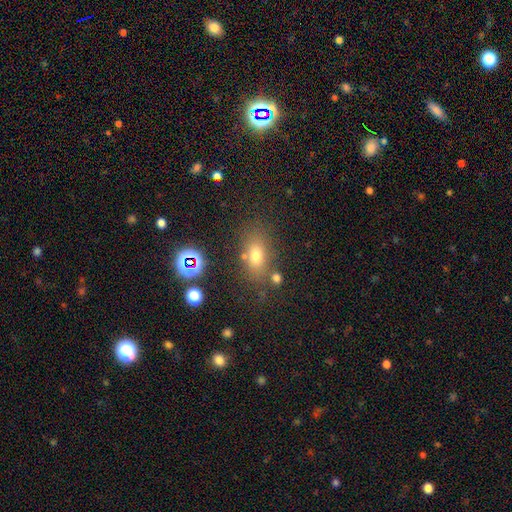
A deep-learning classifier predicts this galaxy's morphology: Smooth or featured?
  - smooth: 65% *
  - star or artifact: 21%
  - featured or disk: 14%
How rounded?
  - in between: 73% *
  - round: 21%
  - cigar-shaped: 6%
Merging?
  - none: 73% *
  - minor disturbance: 13%
  - merger: 9%
  - major disturbance: 6%